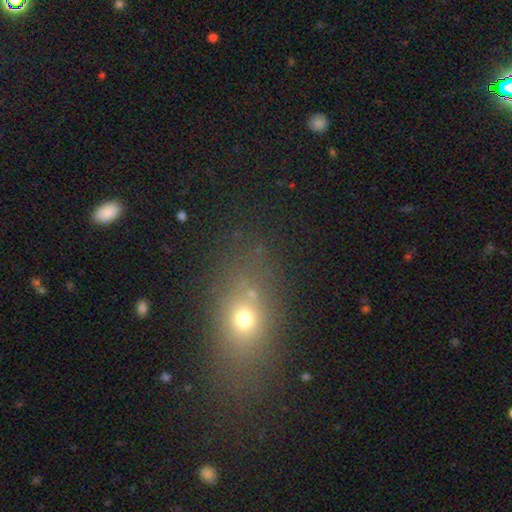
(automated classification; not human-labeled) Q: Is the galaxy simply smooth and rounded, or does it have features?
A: smooth — 57%.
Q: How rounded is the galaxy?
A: in between — 59%.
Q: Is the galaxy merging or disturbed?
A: none — 71%.